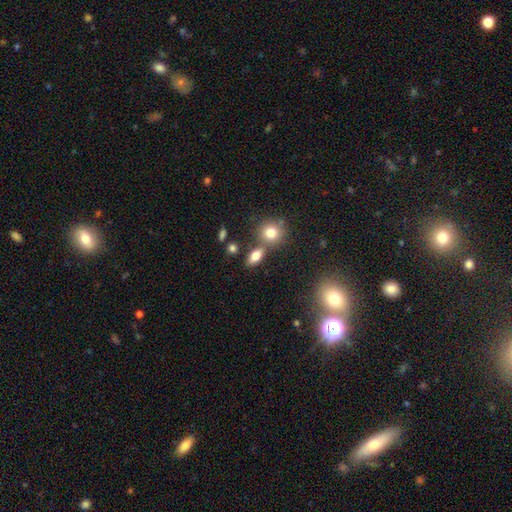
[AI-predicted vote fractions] This appears to be a smooth galaxy with no disk features (76%) that is in between round and cigar-shaped (76%). Merging: none (63%).